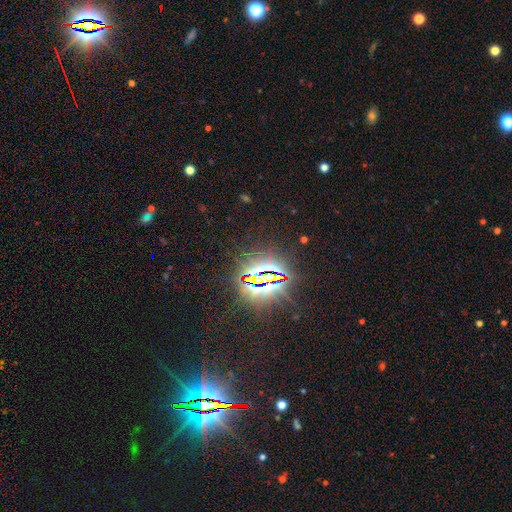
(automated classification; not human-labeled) This is clearly a star or artifact rather than a galaxy (86%).